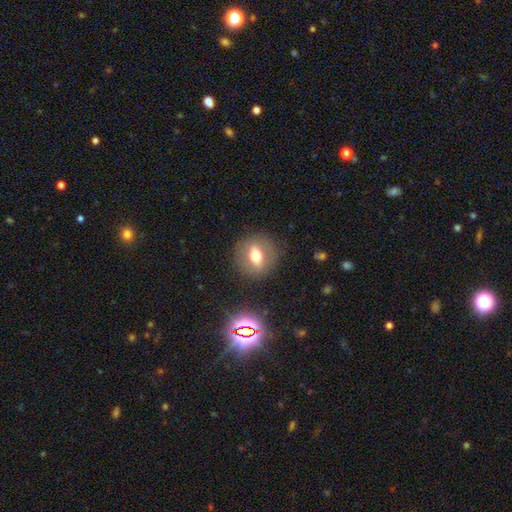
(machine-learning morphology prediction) A smooth galaxy with no disk features (54%) that is round (62%). Merging: none (85%).